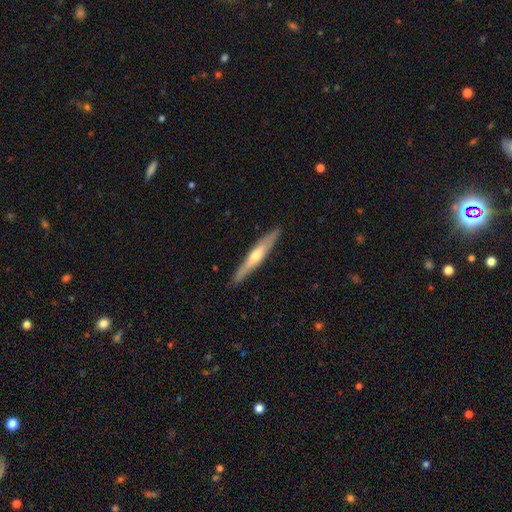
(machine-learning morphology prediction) This appears to be a featured or disk galaxy (59%) viewed edge-on (91%) with a rounded central bulge (81%). Merging: none (89%).